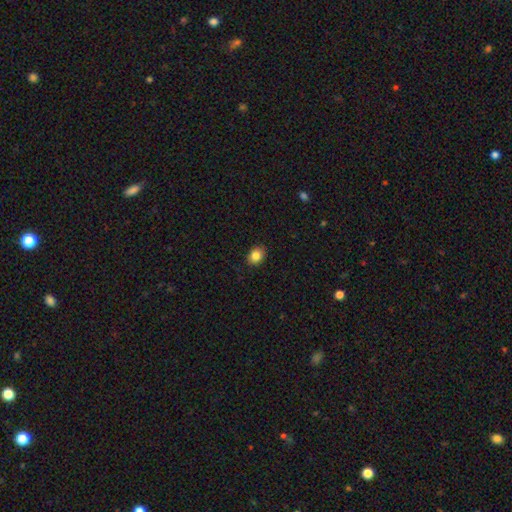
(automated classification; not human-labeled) Q: Smooth or featured?
A: smooth (85%); runner-up: star or artifact (9%)
Q: How rounded?
A: in between (57%); runner-up: round (42%)
Q: Merging?
A: none (87%); runner-up: minor disturbance (10%)